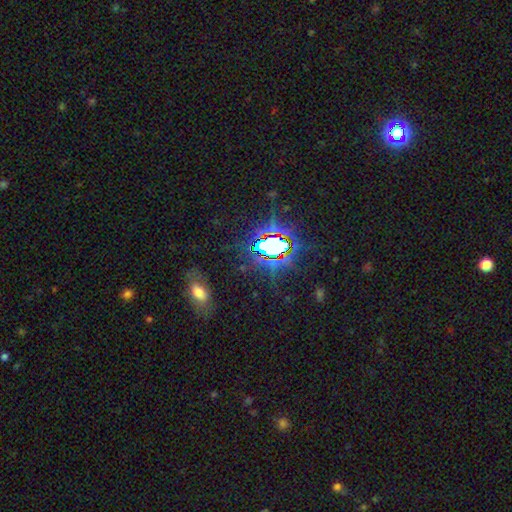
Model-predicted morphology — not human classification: This appears to be a star or artifact, not a galaxy (65%).